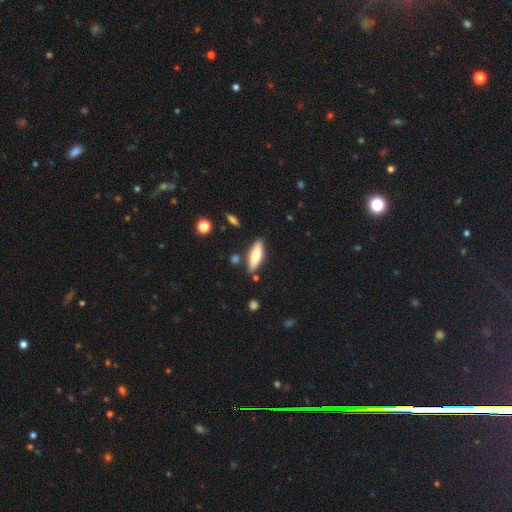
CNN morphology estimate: Smooth or featured? Predicted: smooth (p=0.67). How rounded? Predicted: in between (p=0.50). Merging? Predicted: none (p=0.81).